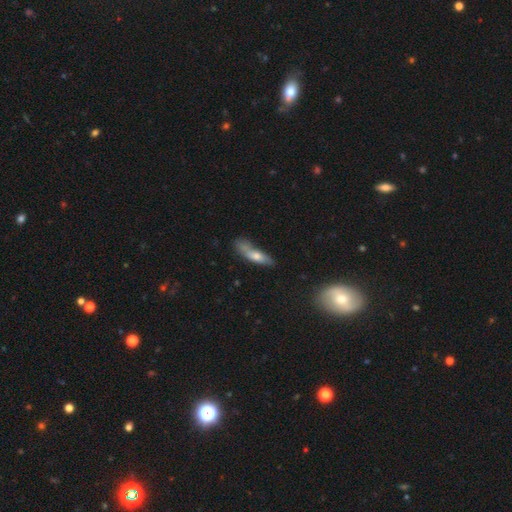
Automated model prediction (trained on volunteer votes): Smooth or featured? Predicted: smooth (p=0.58). How rounded? Predicted: cigar-shaped (p=0.68). Merging? Predicted: none (p=0.48).